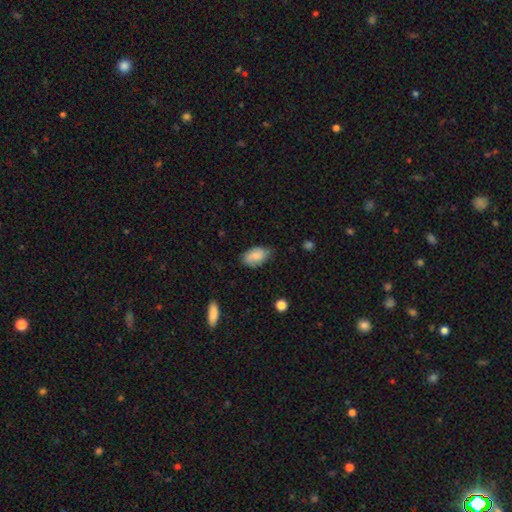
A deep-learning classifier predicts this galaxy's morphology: Overall: smooth (80%). How rounded: in between (92%). Merging: none (66%; minor disturbance 28%).